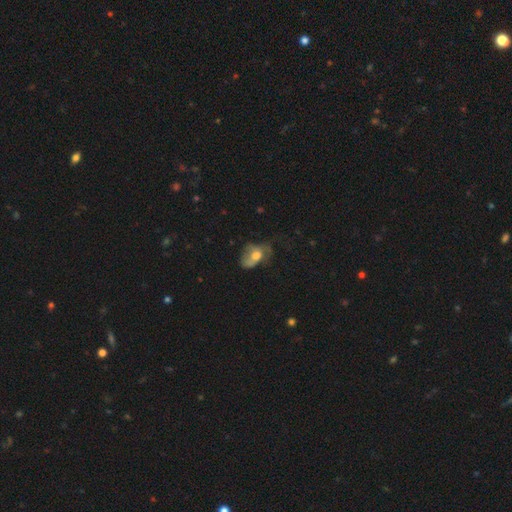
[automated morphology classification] This appears to be a smooth galaxy with no disk features (53%) that is in between round and cigar-shaped (78%). Merging: major disturbance (39%).